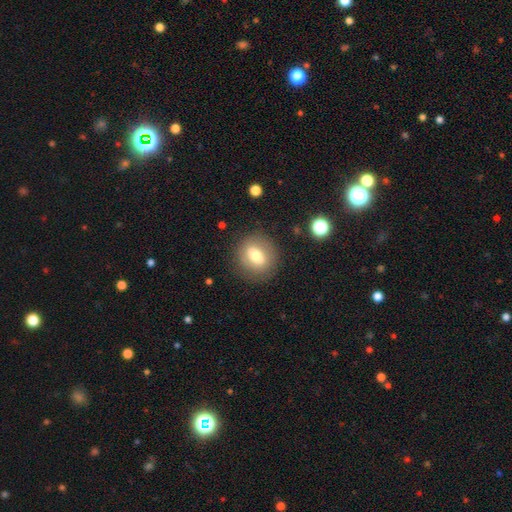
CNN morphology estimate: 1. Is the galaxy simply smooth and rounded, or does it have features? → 66% smooth, 25% featured or disk, 9% star or artifact.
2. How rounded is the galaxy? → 68% round, 31% in between, 2% cigar-shaped.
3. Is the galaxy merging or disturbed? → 84% none, 10% minor disturbance, 4% major disturbance, 1% merger.